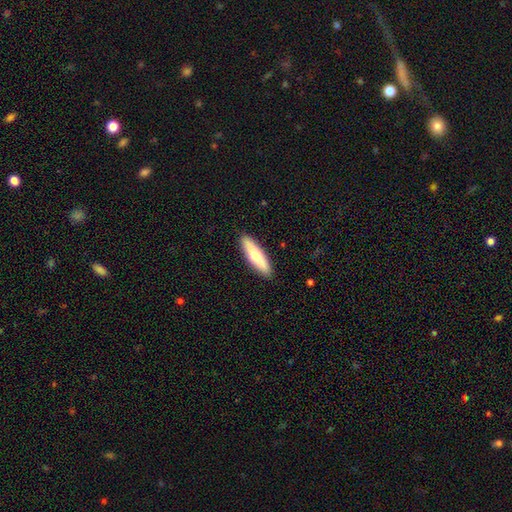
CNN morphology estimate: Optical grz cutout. It shows a smooth galaxy with no disk features (67%) that is cigar-shaped (66%). Merging: none (90%).